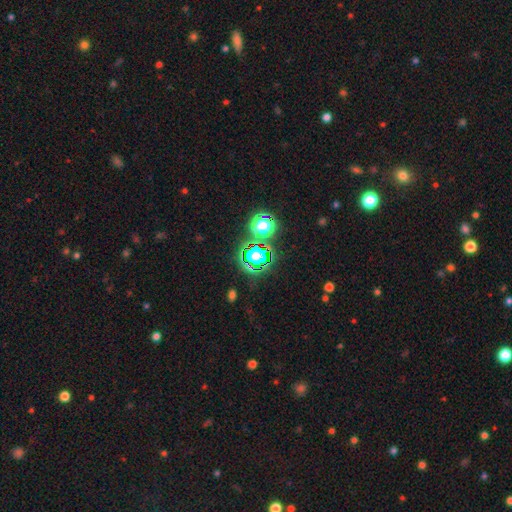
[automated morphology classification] Smooth or featured?
  - star or artifact: 66% *
  - smooth: 24%
  - featured or disk: 10%